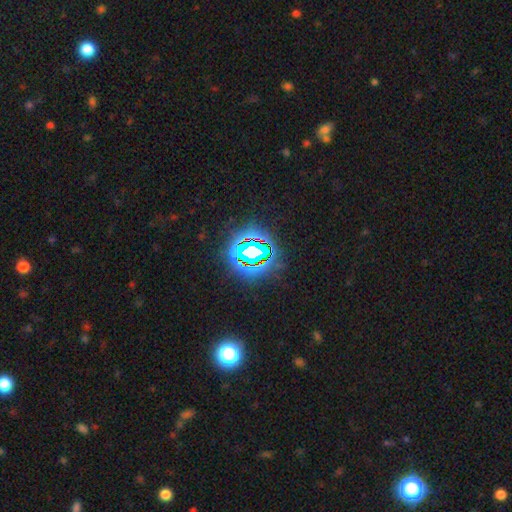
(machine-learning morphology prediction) smooth_or_featured: star or artifact (p=0.78) [alt: smooth p=0.14]